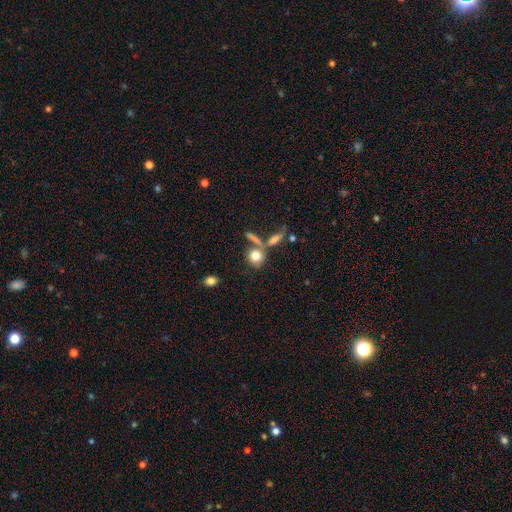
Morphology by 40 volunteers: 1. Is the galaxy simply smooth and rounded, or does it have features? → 62% smooth, 25% featured or disk, 12% star or artifact.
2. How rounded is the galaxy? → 84% round, 12% in between, 4% cigar-shaped.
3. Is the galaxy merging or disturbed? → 57% none, 23% merger, 17% minor disturbance, 3% major disturbance.